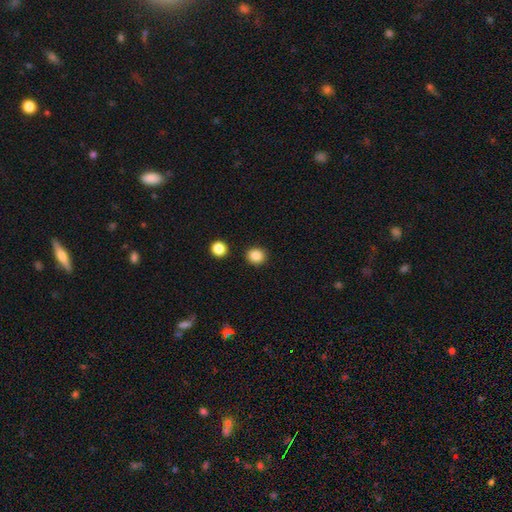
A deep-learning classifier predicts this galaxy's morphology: type=smooth (87%); roundness=round (82%); merging=none (89%).